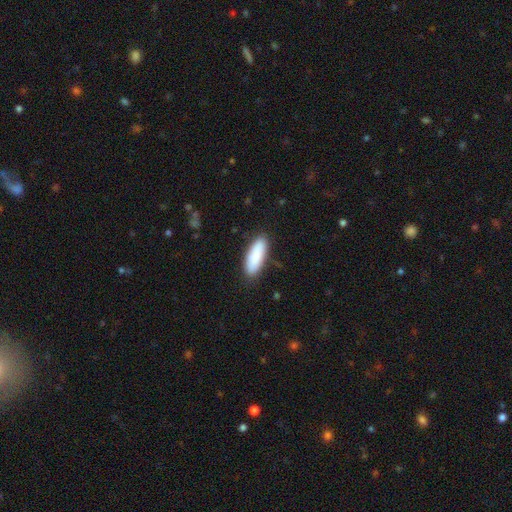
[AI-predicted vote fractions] smooth-or-featured: smooth: 87% | featured or disk: 7% | star or artifact: 6%
  how-rounded: in between: 65% | cigar-shaped: 34% | round: 2%
  merging: none: 85% | minor disturbance: 11% | major disturbance: 2% | merger: 1%